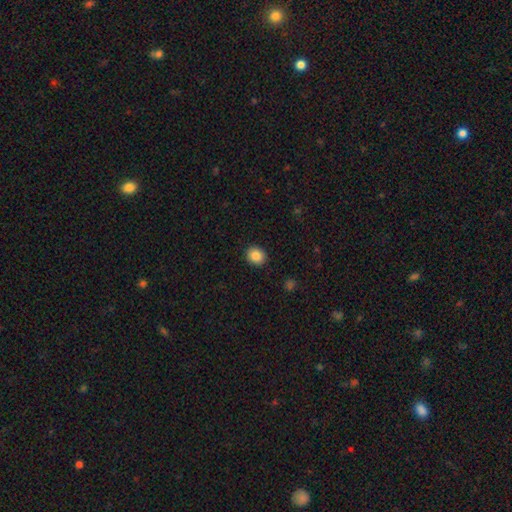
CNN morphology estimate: This is clearly a smooth galaxy (85%). How rounded: likely round (72%). Merging: clearly none (91%).